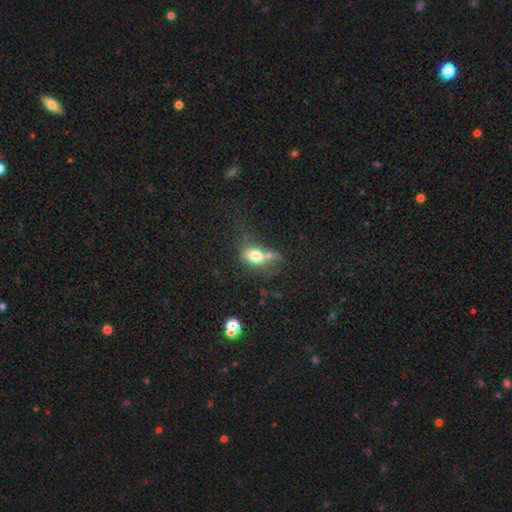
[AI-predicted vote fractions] A smooth galaxy with no disk features (74%) that is in between round and cigar-shaped (72%).

Vote fractions:
- Smooth or featured? smooth: 74% / featured or disk: 16% / star or artifact: 10%
- How rounded? in between: 72% / round: 25% / cigar-shaped: 3%
- Merging? none: 32% / merger: 30% / minor disturbance: 20% / major disturbance: 17%